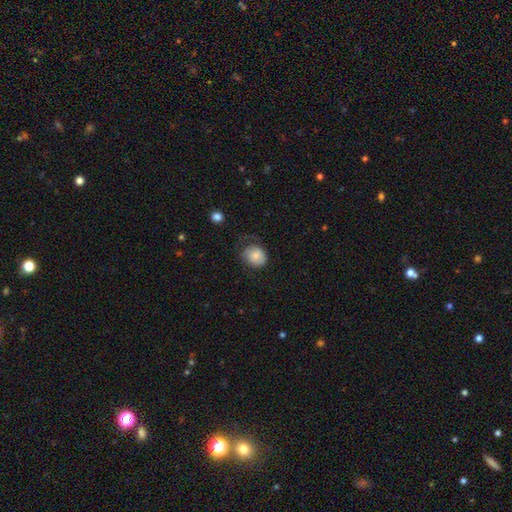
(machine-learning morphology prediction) Smooth or featured? Predicted: smooth (p=0.79). How rounded? Predicted: round (p=0.65). Merging? Predicted: none (p=0.47).